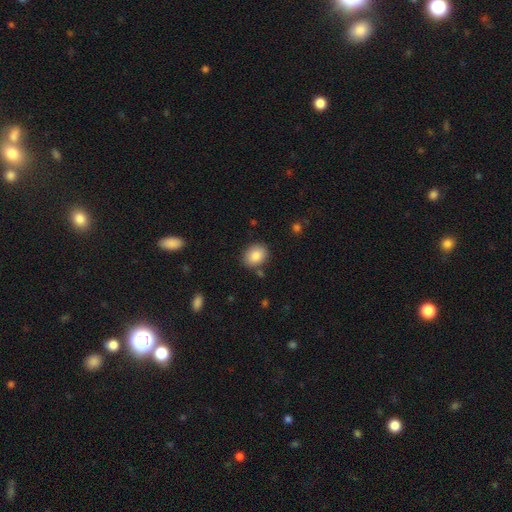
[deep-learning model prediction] A smooth galaxy with no disk features (86%) that is in between round and cigar-shaped (62%).

Vote fractions:
- Smooth or featured? smooth: 86% / star or artifact: 8% / featured or disk: 6%
- How rounded? in between: 62% / round: 37% / cigar-shaped: 1%
- Merging? none: 82% / minor disturbance: 11% / merger: 3% / major disturbance: 3%